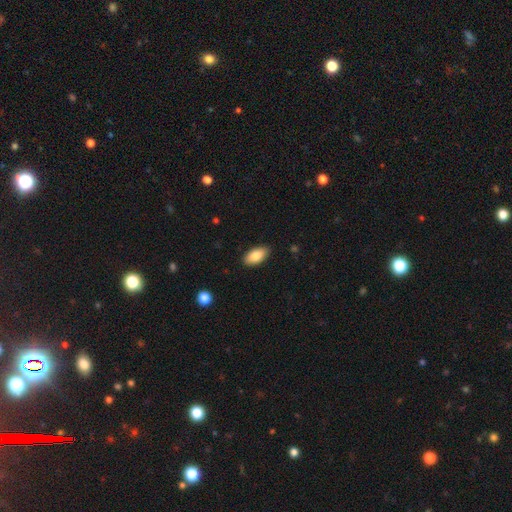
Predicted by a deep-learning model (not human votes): The model was most divided on "smooth or featured": smooth: 84%, featured or disk: 9%, star or artifact: 7%. More confident: how rounded — in between (93%); merging — none (88%).